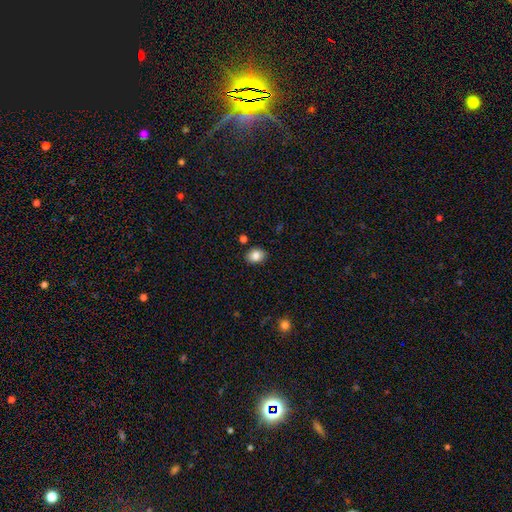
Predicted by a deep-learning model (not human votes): This appears to be a smooth galaxy with no disk features (85%) that is in between round and cigar-shaped (62%). Merging: none (86%).